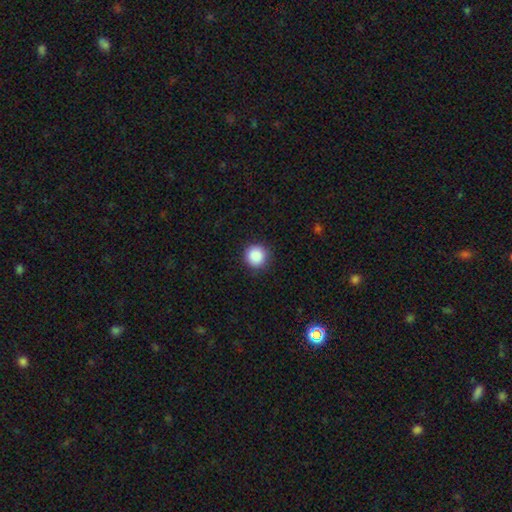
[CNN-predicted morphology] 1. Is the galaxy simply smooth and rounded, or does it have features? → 88% smooth, 9% star or artifact, 3% featured or disk.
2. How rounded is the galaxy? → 95% round, 4% in between, 1% cigar-shaped.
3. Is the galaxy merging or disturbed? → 91% none, 7% minor disturbance, 2% major disturbance, 1% merger.